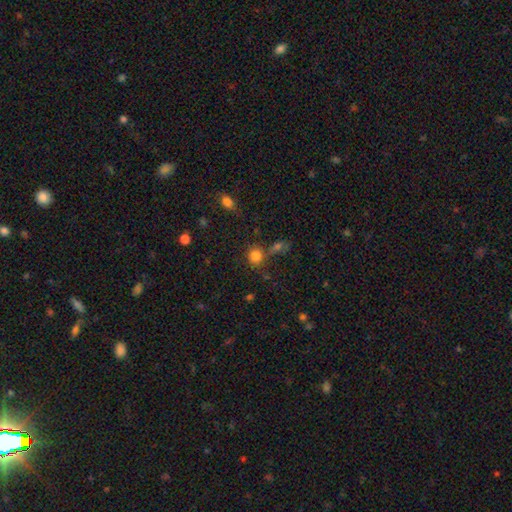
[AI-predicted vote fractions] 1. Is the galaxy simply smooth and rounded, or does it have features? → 82% smooth, 13% star or artifact, 6% featured or disk.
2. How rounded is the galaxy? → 85% round, 13% in between, 1% cigar-shaped.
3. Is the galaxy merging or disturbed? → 69% none, 15% merger, 11% minor disturbance, 5% major disturbance.